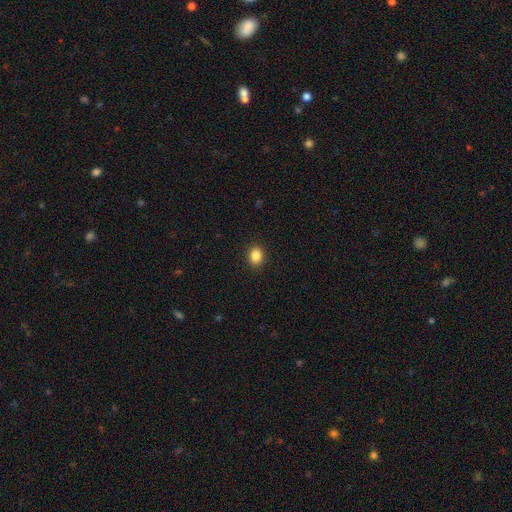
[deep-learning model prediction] A smooth galaxy with no disk features (86%) that is round (53%).

Vote fractions:
- Smooth or featured? smooth: 86% / star or artifact: 10% / featured or disk: 4%
- How rounded? round: 53% / in between: 46% / cigar-shaped: 1%
- Merging? none: 91% / minor disturbance: 6% / major disturbance: 2% / merger: 1%